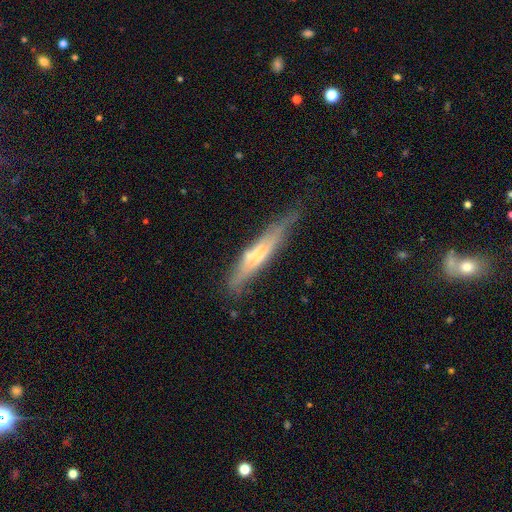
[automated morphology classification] This appears to be a featured or disk galaxy (61%) viewed edge-on (85%) with a rounded central bulge (48%). Merging: none (67%).